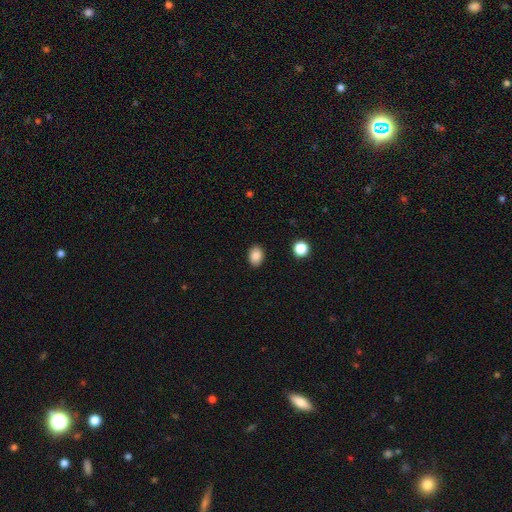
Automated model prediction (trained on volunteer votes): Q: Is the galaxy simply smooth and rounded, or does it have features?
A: smooth — 87%.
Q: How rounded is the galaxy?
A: in between — 71%.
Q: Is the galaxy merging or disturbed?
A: none — 89%.